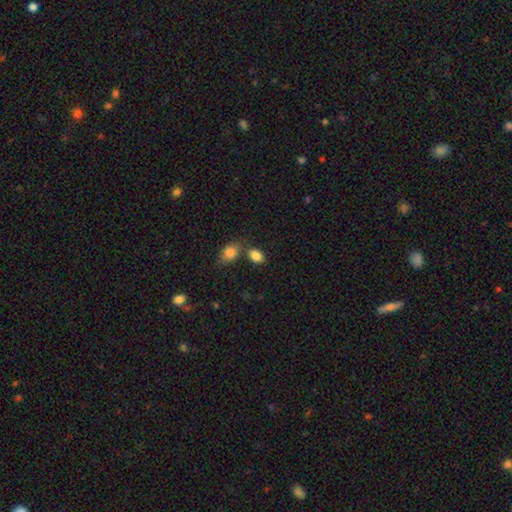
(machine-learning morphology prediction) type=smooth (85%); roundness=in between (83%); merging=none (61%).